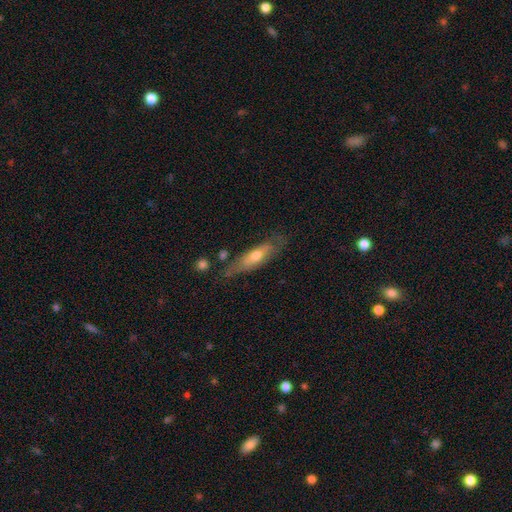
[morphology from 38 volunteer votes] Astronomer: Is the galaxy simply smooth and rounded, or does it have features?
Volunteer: featured or disk — 66%.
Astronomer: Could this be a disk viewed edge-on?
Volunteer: yes — 68%.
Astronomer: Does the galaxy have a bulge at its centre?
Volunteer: rounded — 82%.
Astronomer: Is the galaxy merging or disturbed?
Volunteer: none — 69%.